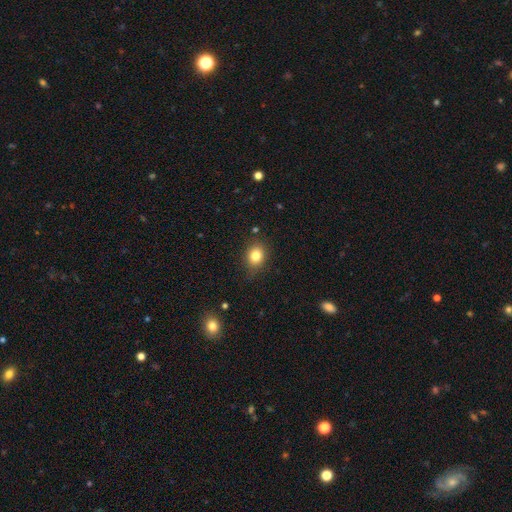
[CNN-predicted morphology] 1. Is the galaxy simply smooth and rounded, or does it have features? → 81% smooth, 11% star or artifact, 8% featured or disk.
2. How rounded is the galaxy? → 53% round, 46% in between, 1% cigar-shaped.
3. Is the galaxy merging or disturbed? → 78% none, 17% minor disturbance, 4% major disturbance, 2% merger.